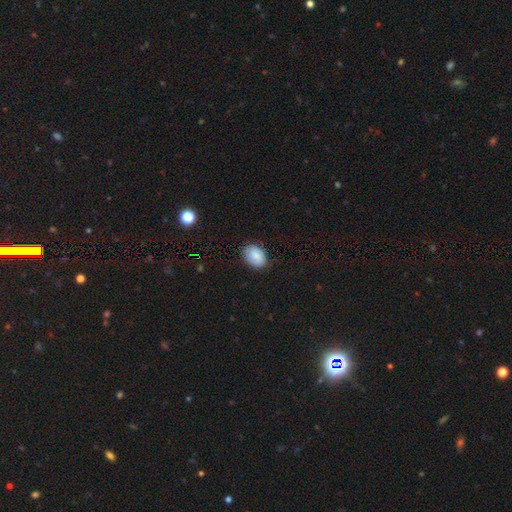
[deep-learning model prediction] smooth 83%, featured or disk 9%, star or artifact 8%. Down the decision tree: how rounded — in between (78%); merging — none (80%).